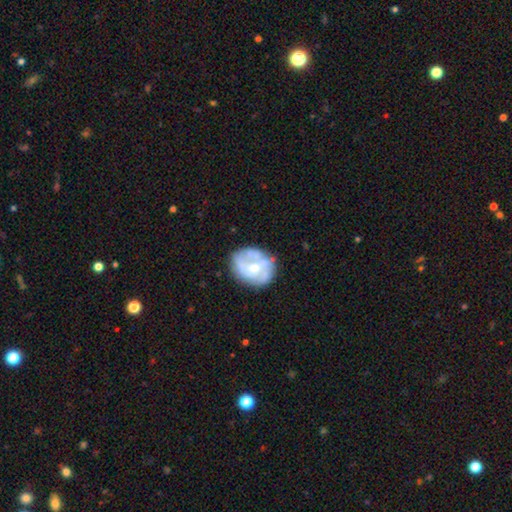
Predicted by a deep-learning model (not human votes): Smooth or featured: featured or disk — 62% (smooth — 31%)
Edge-on disk: no — 97% (yes — 3%)
Bar: no — 69% (weak — 26%)
Spiral arms: no — 52% (yes — 48%)
Bulge size: moderate — 47% (small — 45%)
Merging: none — 62% (minor disturbance — 23%)